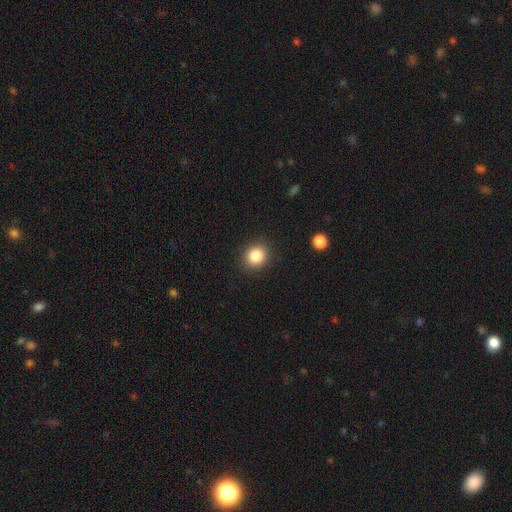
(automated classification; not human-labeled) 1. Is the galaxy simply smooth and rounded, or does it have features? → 85% smooth, 11% star or artifact, 5% featured or disk.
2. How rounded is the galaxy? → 80% round, 19% in between, 1% cigar-shaped.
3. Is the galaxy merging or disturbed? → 90% none, 7% minor disturbance, 2% major disturbance, 1% merger.